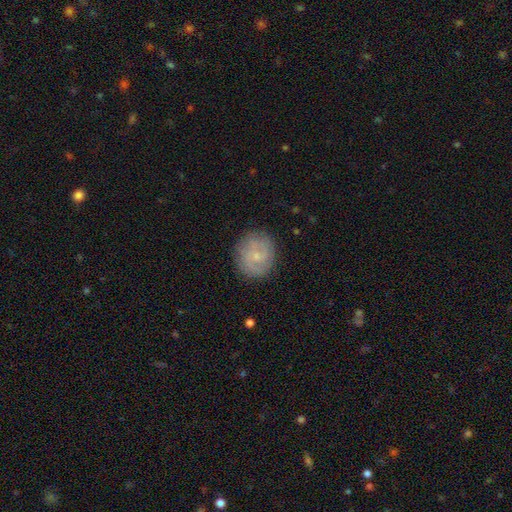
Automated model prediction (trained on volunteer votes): smooth_or_featured: featured or disk (p=0.56) [alt: smooth p=0.36]
disk_edge_on: no (p=0.97) [alt: yes p=0.03]
bar: no (p=0.61) [alt: weak p=0.34]
has_spiral_arms: yes (p=0.83) [alt: no p=0.17]
bulge_size: small (p=0.70) [alt: moderate p=0.23]
merging: none (p=0.83) [alt: minor disturbance p=0.12]